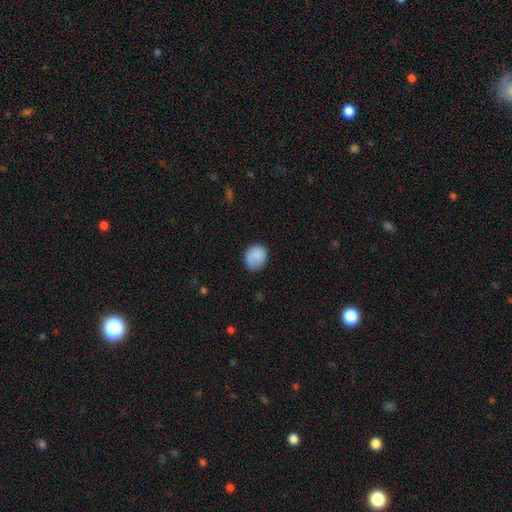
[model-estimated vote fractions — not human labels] The model was most divided on "how rounded": round: 57%, in between: 42%, cigar-shaped: 1%. More confident: smooth or featured — smooth (84%); merging — none (71%).